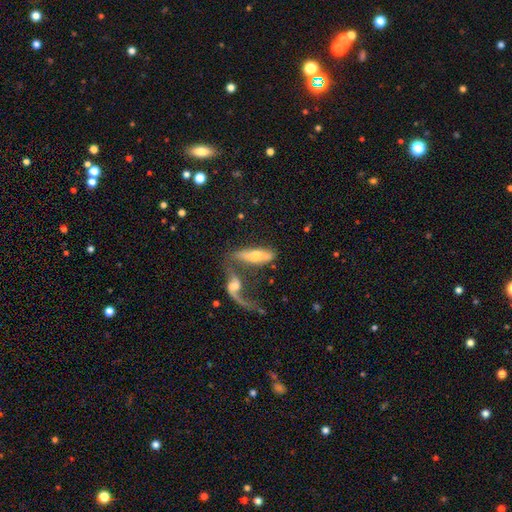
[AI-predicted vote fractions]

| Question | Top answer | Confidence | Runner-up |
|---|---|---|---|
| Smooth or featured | featured or disk | 54% | smooth (38%) |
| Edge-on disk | no | 53% | yes (47%) |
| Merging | merger | 52% | none (25%) |